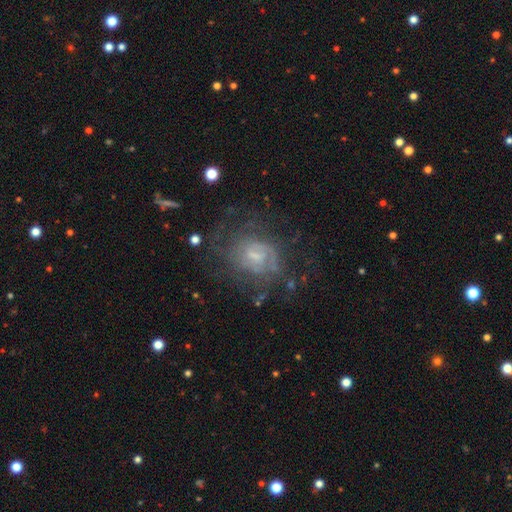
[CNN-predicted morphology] type=featured or disk (68%); edge-on=no (97%); bar=weak (49%); spiral arms=yes (70%); bulge=small (48%); merging=none (54%).